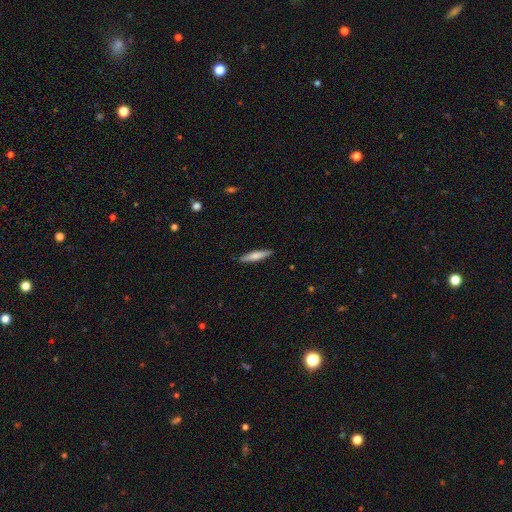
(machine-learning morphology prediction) Overall: smooth (69%). How rounded: cigar-shaped (87%). Merging: none (90%).